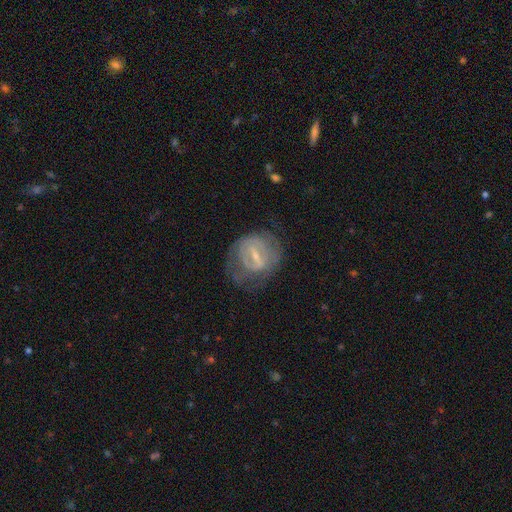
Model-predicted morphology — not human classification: This appears to be a featured or disk galaxy (71%) with a strong bar (44%), spiral arms (60%) and a small central bulge (60%). Merging: none (57%).